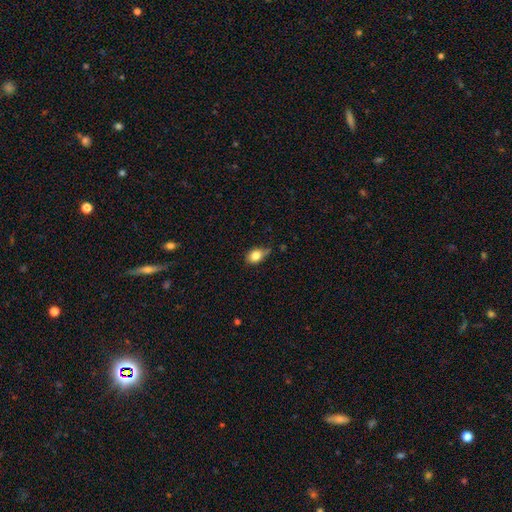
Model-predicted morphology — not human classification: Smooth or featured: smooth — 84% (star or artifact — 9%)
How rounded: in between — 69% (round — 30%)
Merging: none — 52% (minor disturbance — 37%)